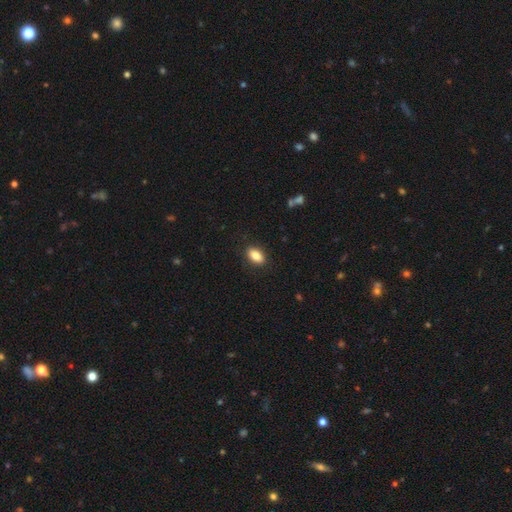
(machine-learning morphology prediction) A smooth galaxy with no disk features (86%) that is in between round and cigar-shaped (89%).

Vote fractions:
- Smooth or featured? smooth: 86% / star or artifact: 8% / featured or disk: 6%
- How rounded? in between: 89% / round: 8% / cigar-shaped: 2%
- Merging? none: 88% / minor disturbance: 9% / major disturbance: 2% / merger: 1%